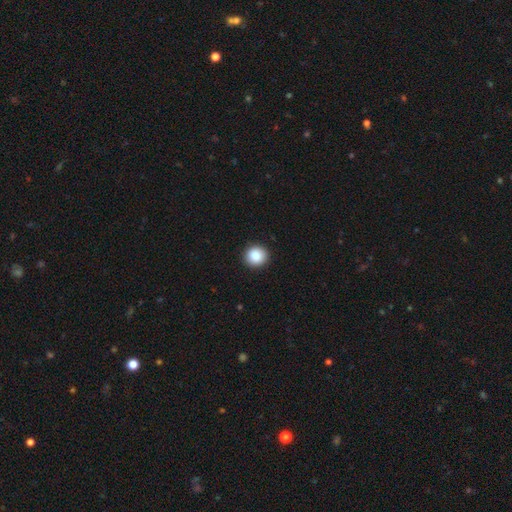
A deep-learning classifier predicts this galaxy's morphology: Q: Smooth or featured?
A: smooth (88%); runner-up: star or artifact (9%)
Q: How rounded?
A: round (91%); runner-up: in between (8%)
Q: Merging?
A: none (92%); runner-up: minor disturbance (5%)